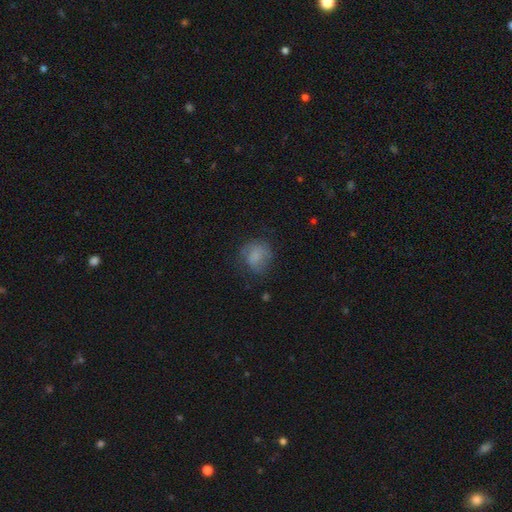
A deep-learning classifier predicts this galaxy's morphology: type=smooth (71%); roundness=round (71%); merging=none (57%).